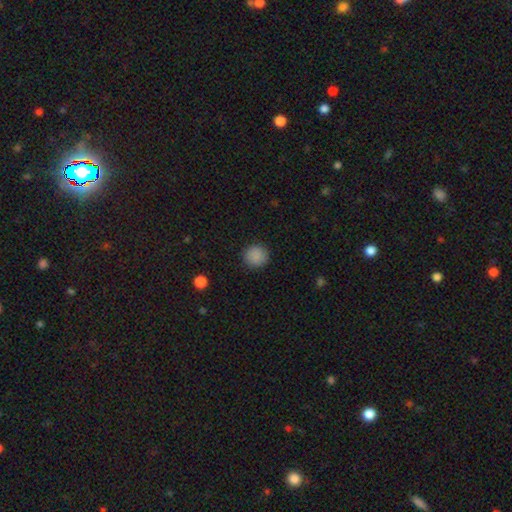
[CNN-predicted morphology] A smooth galaxy with no disk features (88%) that is round (93%).

Vote fractions:
- Smooth or featured? smooth: 88% / star or artifact: 9% / featured or disk: 3%
- How rounded? round: 93% / in between: 6% / cigar-shaped: 1%
- Merging? none: 91% / minor disturbance: 6% / major disturbance: 2% / merger: 1%